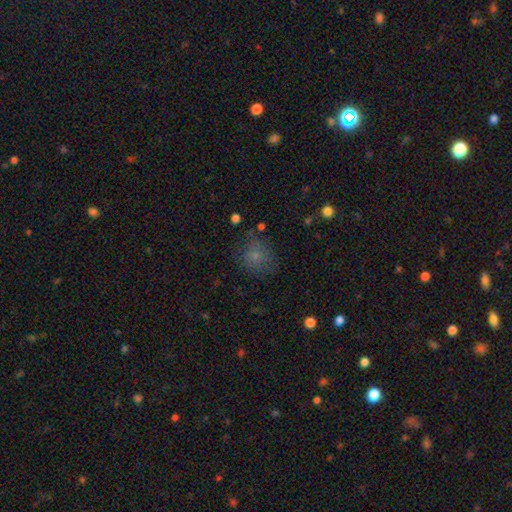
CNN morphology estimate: Q: Smooth or featured?
A: smooth (75%); runner-up: star or artifact (14%)
Q: How rounded?
A: round (80%); runner-up: in between (19%)
Q: Merging?
A: none (70%); runner-up: minor disturbance (19%)